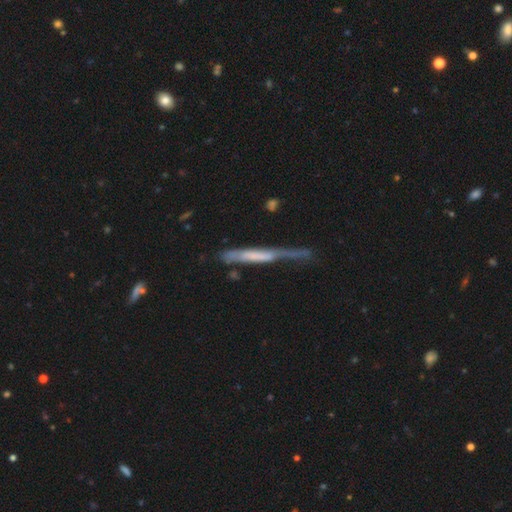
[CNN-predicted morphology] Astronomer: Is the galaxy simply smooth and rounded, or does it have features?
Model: featured or disk — 53% (runner-up: smooth, 40%).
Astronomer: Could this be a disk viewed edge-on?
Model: yes — 81%.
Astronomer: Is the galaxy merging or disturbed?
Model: none — 36% (runner-up: minor disturbance, 31%).